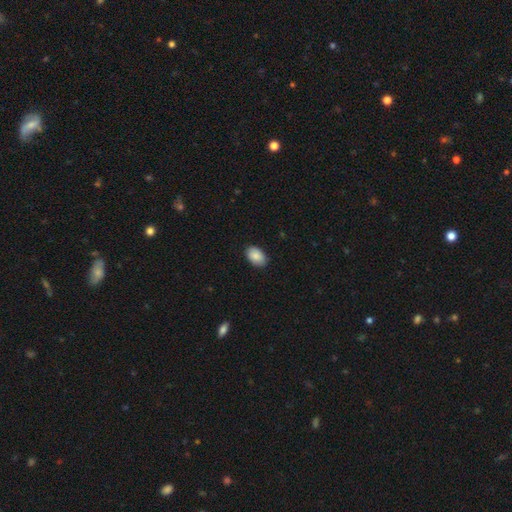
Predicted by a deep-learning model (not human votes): Smooth or featured? smooth (88%)
How rounded? in between (90%)
Merging? none (88%)